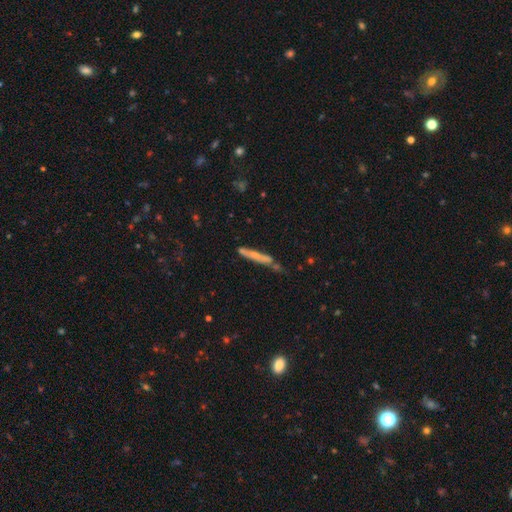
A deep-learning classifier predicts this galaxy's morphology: This appears to be a smooth galaxy with no disk features (46%, tied with featured or disk). Merging: none (64%).